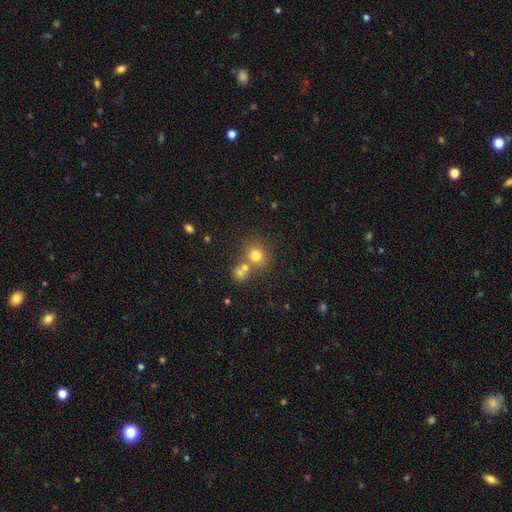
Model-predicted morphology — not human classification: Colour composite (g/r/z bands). It shows a smooth galaxy with no disk features (74%) that is round (80%). Merging: none (57%).